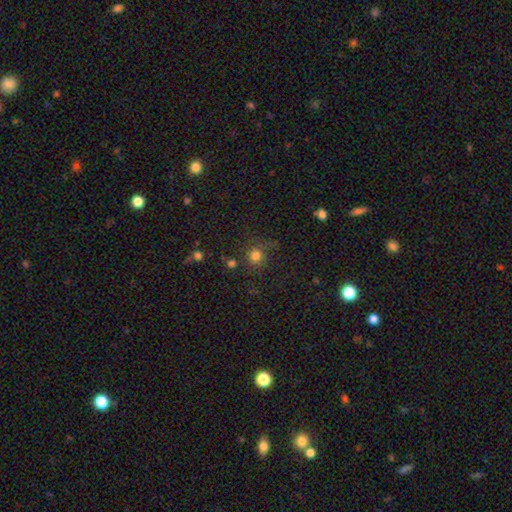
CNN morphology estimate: smooth_or_featured: smooth (p=0.75) [alt: star or artifact p=0.19]
how_rounded: round (p=0.91) [alt: in between p=0.08]
merging: none (p=0.75) [alt: minor disturbance p=0.13]